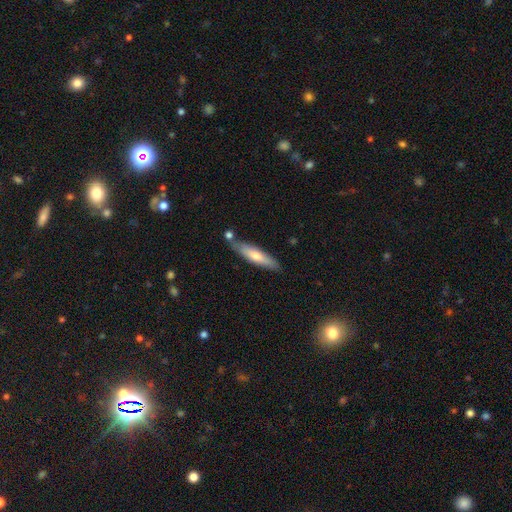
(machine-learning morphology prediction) type=smooth (57%); roundness=cigar-shaped (82%); merging=none (79%).